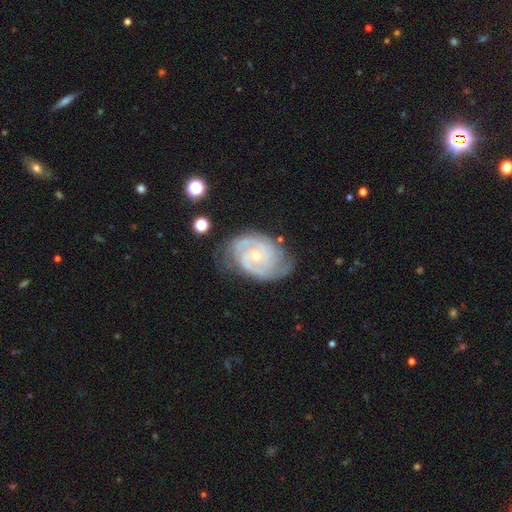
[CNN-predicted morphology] This is clearly a featured or disk galaxy (90%). It is clearly not viewed edge-on (97%). Bar: likely no (67%). Spiral arm pattern: clearly yes (98%). Spiral arm count: possibly 2 (54%). Spiral winding: likely tight (67%). Central bulge: likely small (65%). Merging: likely none (72%).